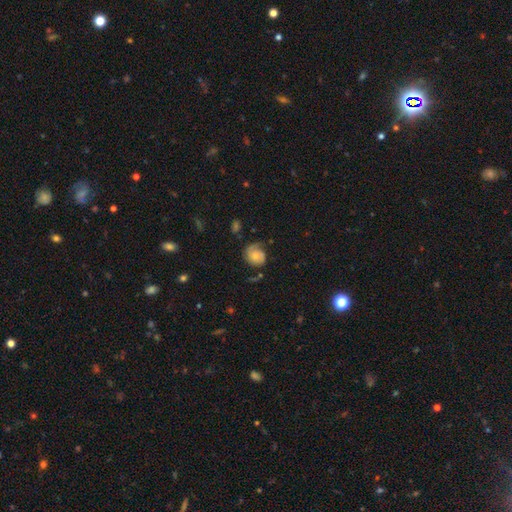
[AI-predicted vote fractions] Q: Smooth or featured?
A: featured or disk (55%); runner-up: smooth (36%)
Q: Edge-on disk?
A: no (97%); runner-up: yes (3%)
Q: Bar?
A: no (78%); runner-up: weak (19%)
Q: Spiral arms?
A: yes (86%); runner-up: no (14%)
Q: Bulge size?
A: moderate (46%); runner-up: small (45%)
Q: Merging?
A: none (60%); runner-up: minor disturbance (26%)